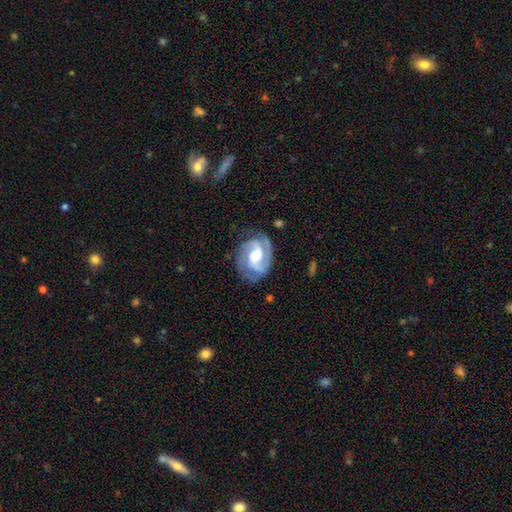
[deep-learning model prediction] Smooth or featured? featured or disk (89%)
Edge-on disk? no (98%)
Bar? weak (47%)
Spiral arms? yes (97%)
Spiral winding? medium (49%)
Spiral arm count? 2 (73%)
Bulge size? moderate (58%)
Merging? none (76%)